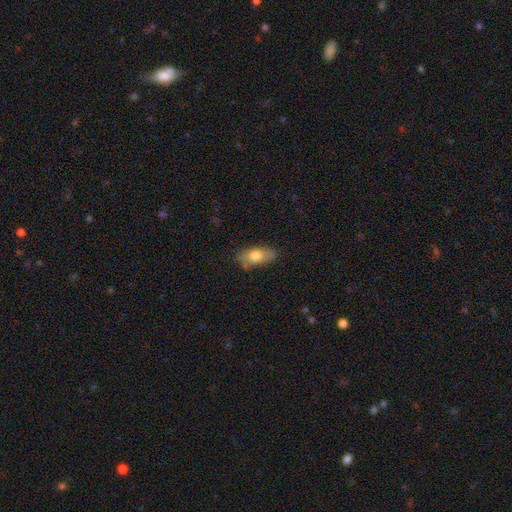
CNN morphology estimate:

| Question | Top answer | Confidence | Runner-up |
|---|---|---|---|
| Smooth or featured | smooth | 72% | featured or disk (21%) |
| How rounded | in between | 86% | cigar-shaped (10%) |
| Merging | none | 71% | minor disturbance (22%) |